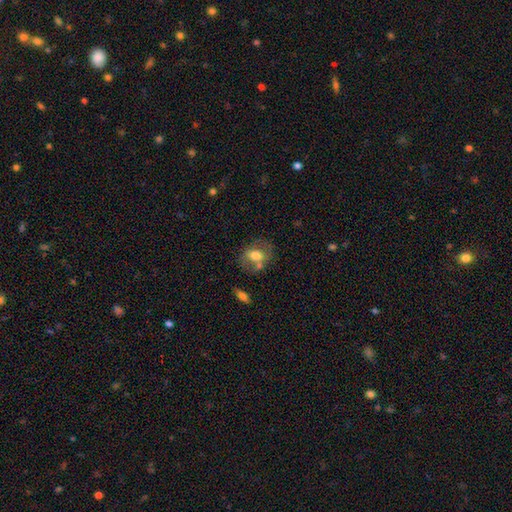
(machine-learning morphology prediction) Smooth or featured? Predicted: smooth (p=0.61). How rounded? Predicted: in between (p=0.60). Merging? Predicted: none (p=0.53).